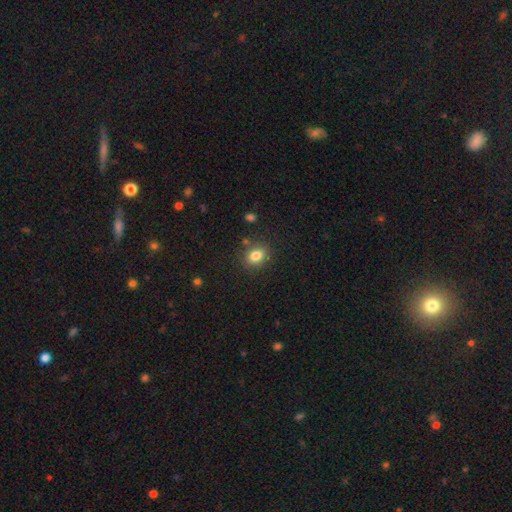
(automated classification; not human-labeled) Smooth or featured? Predicted: smooth (p=0.83). How rounded? Predicted: in between (p=0.61). Merging? Predicted: none (p=0.83).